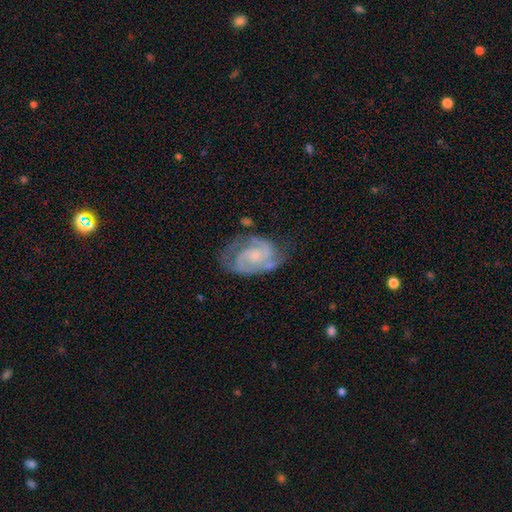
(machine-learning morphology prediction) featured or disk 88%, smooth 7%, star or artifact 5%. Down the decision tree: edge-on disk — no (98%); bar — no (62%); spiral arms — yes (97%); spiral arm count — 2 (78%); spiral winding — tight (47%); bulge size — small (67%); merging — none (65%).